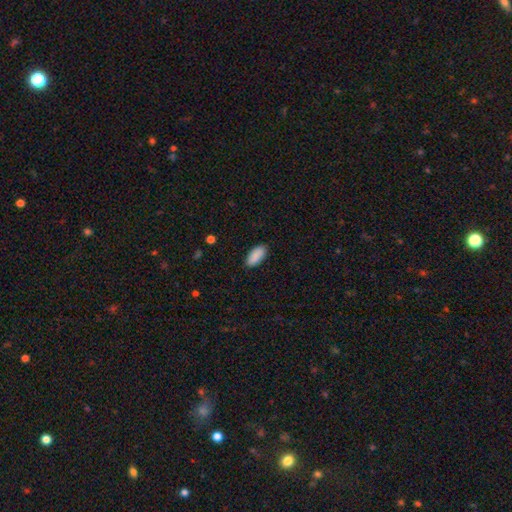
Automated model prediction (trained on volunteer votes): smooth 90%, star or artifact 6%, featured or disk 4%. Down the decision tree: how rounded — in between (89%); merging — none (88%).